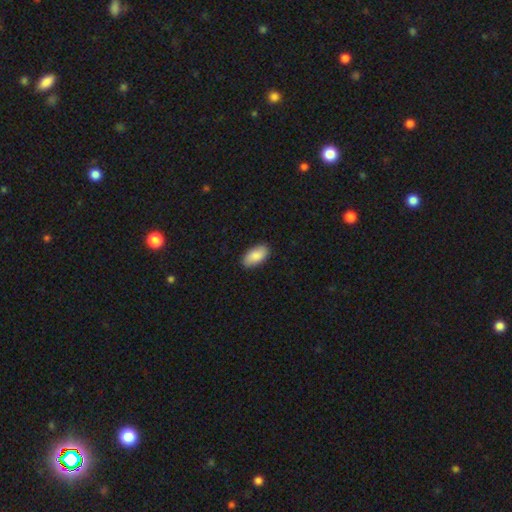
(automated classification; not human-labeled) A smooth galaxy with no disk features (88%) that is in between round and cigar-shaped (94%).

Vote fractions:
- Smooth or featured? smooth: 88% / featured or disk: 7% / star or artifact: 6%
- How rounded? in between: 94% / cigar-shaped: 3% / round: 2%
- Merging? none: 88% / minor disturbance: 9% / major disturbance: 2% / merger: 1%